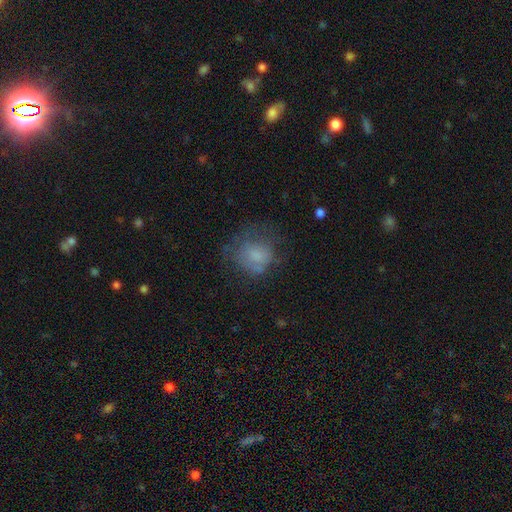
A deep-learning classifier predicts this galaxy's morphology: smooth_or_featured: smooth (p=0.65) [alt: featured or disk p=0.23]
how_rounded: round (p=0.75) [alt: in between p=0.24]
merging: none (p=0.48) [alt: major disturbance p=0.25]